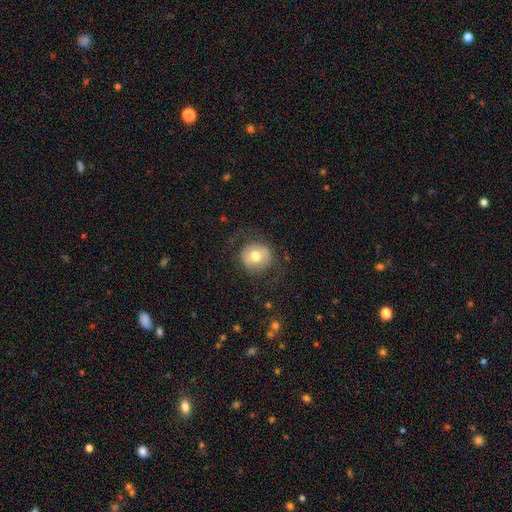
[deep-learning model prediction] smooth_or_featured: smooth (p=0.62) [alt: featured or disk p=0.30]
how_rounded: round (p=0.89) [alt: in between p=0.10]
merging: none (p=0.76) [alt: minor disturbance p=0.13]